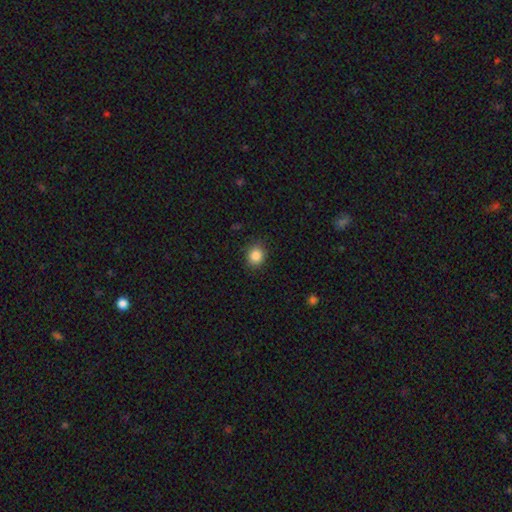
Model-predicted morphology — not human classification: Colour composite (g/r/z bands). It shows a smooth galaxy with no disk features (87%) that is round (75%). Merging: none (87%).